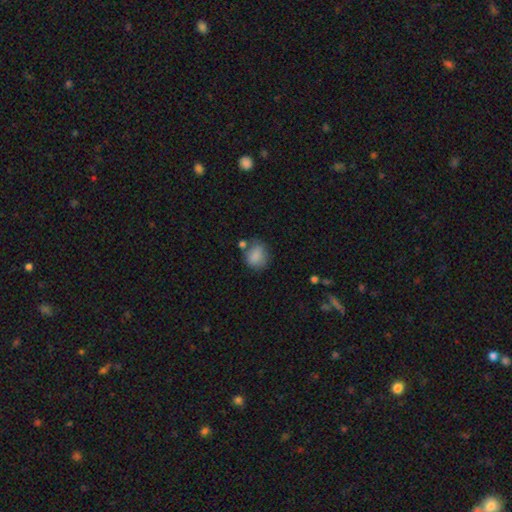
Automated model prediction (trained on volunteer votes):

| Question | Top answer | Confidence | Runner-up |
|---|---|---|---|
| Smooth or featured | smooth | 83% | star or artifact (9%) |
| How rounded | round | 58% | in between (40%) |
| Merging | none | 58% | minor disturbance (22%) |